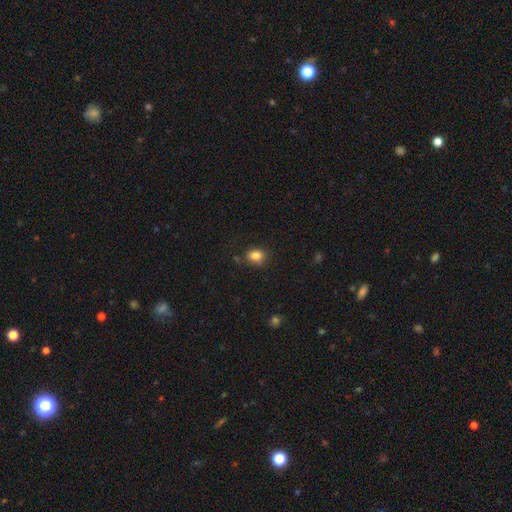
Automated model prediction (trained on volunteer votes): This is clearly a smooth galaxy (83%). How rounded: possibly round (50%). Merging: likely none (78%).